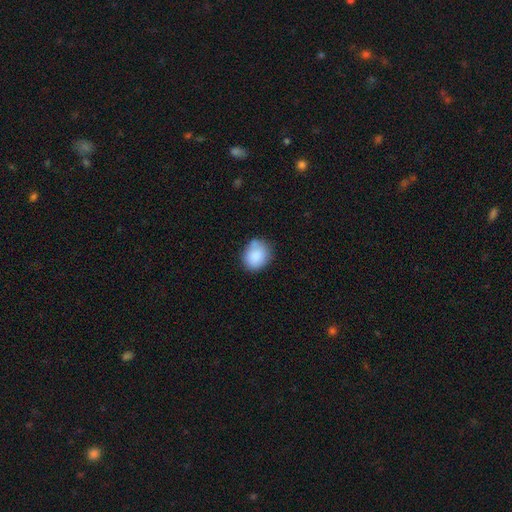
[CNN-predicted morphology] Smooth or featured? smooth (86%)
How rounded? round (64%)
Merging? none (68%)